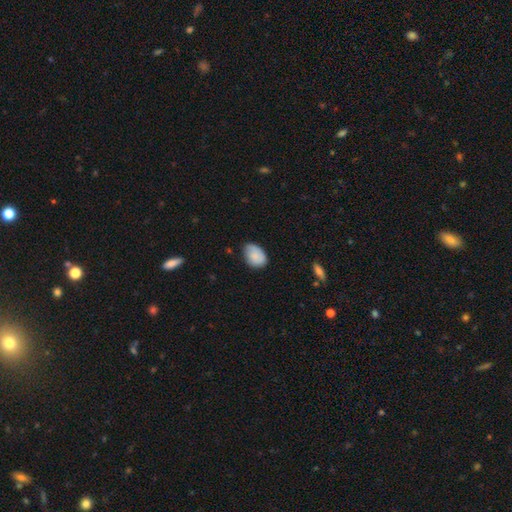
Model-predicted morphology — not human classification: type=smooth (84%); roundness=in between (81%); merging=none (64%).